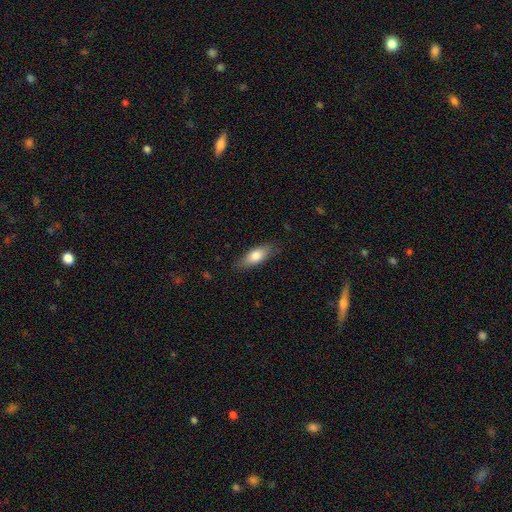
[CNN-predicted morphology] This is likely a smooth galaxy (77%). How rounded: likely in between (74%). Merging: clearly none (82%).